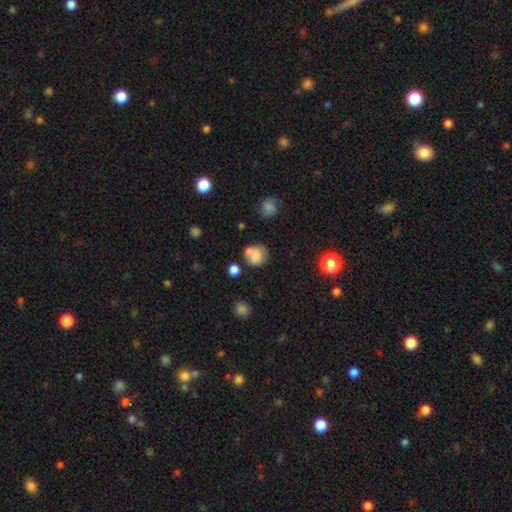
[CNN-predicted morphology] Q: Smooth or featured?
A: smooth (74%); runner-up: featured or disk (14%)
Q: How rounded?
A: round (83%); runner-up: in between (16%)
Q: Merging?
A: none (54%); runner-up: merger (20%)